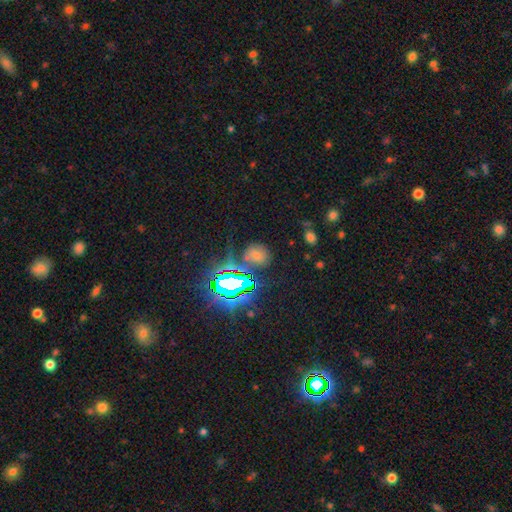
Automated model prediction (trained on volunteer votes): A smooth galaxy with no disk features (45%). Merging: none (67%).